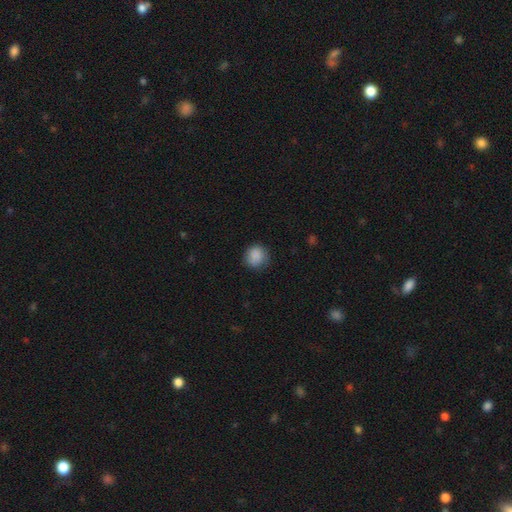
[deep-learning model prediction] smooth_or_featured: smooth (p=0.86) [alt: star or artifact p=0.08]
how_rounded: round (p=0.86) [alt: in between p=0.13]
merging: none (p=0.79) [alt: minor disturbance p=0.16]